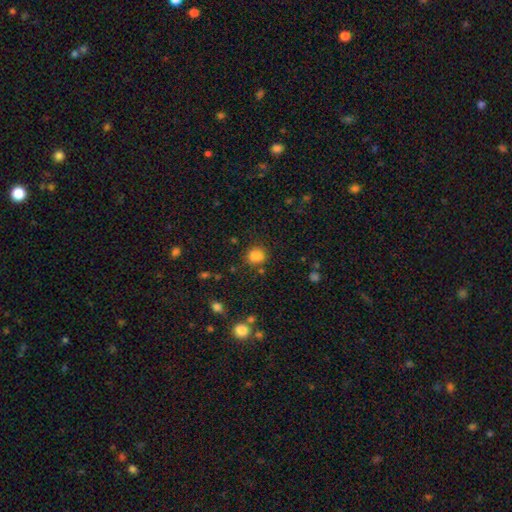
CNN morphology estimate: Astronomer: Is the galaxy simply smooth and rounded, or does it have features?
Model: smooth — 83%.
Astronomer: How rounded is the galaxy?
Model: round — 64%.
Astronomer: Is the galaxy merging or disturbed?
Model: none — 75%.